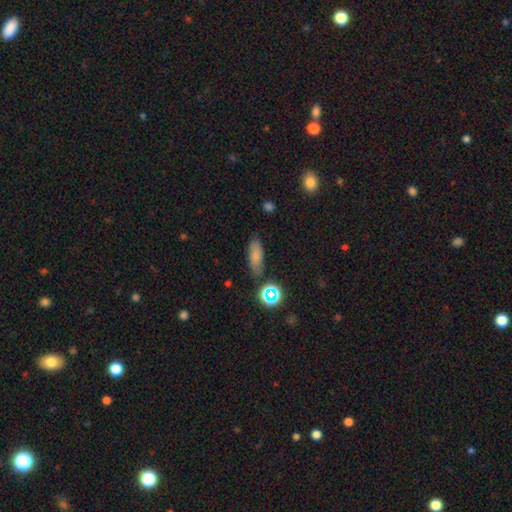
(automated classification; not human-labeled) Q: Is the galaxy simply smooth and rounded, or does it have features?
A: smooth — 76%.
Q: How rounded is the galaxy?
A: in between — 67%.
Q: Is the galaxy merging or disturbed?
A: none — 77%.